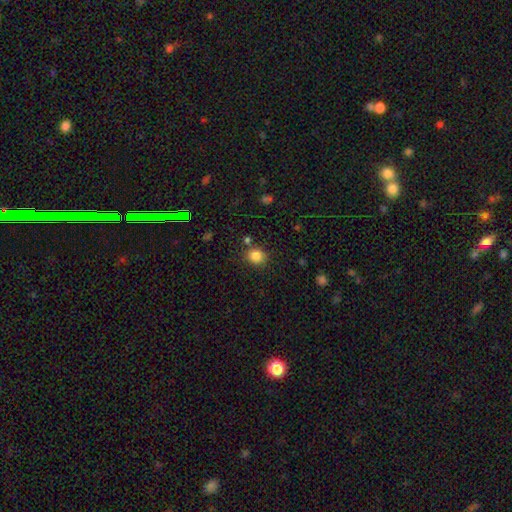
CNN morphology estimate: Smooth or featured: smooth — 85% (star or artifact — 11%)
How rounded: round — 74% (in between — 25%)
Merging: none — 79% (minor disturbance — 11%)